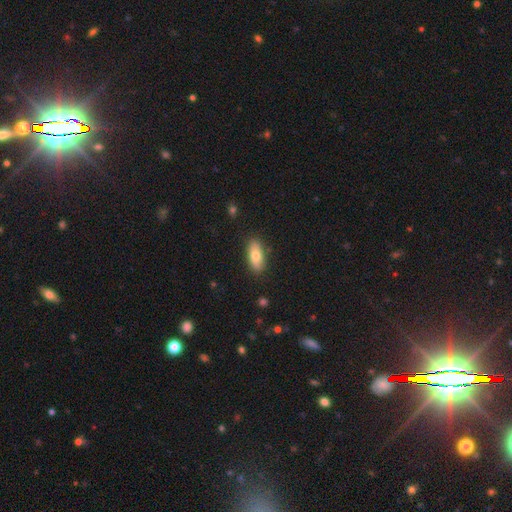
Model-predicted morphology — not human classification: Smooth or featured? Predicted: smooth (p=0.77). How rounded? Predicted: in between (p=0.82). Merging? Predicted: none (p=0.86).